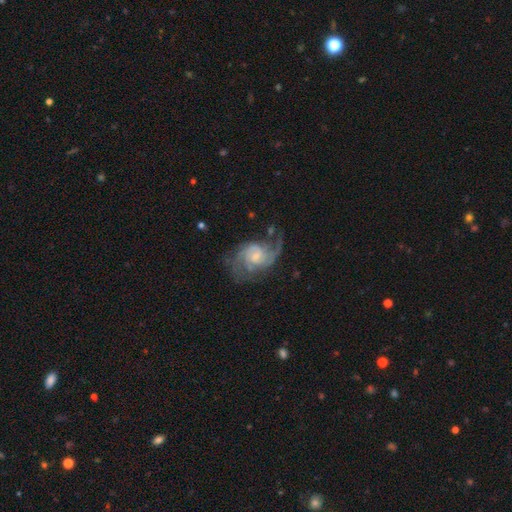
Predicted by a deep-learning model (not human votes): Smooth or featured?
  - featured or disk: 84% *
  - smooth: 10%
  - star or artifact: 6%
Edge-on disk?
  - no: 98% *
  - yes: 2%
Bar?
  - no: 53% *
  - weak: 41%
  - strong: 6%
Spiral arms?
  - yes: 95% *
  - no: 5%
Spiral winding?
  - medium: 46% *
  - loose: 33%
  - tight: 21%
Spiral arm count?
  - 2: 64% *
  - can't tell: 13%
  - 3: 9%
  - 1: 7%
  - 4: 4%
  - more than 4: 3%
Bulge size?
  - small: 50% *
  - moderate: 32%
  - none: 10%
  - large: 6%
  - dominant: 2%
Merging?
  - none: 52% *
  - major disturbance: 27%
  - minor disturbance: 19%
  - merger: 3%